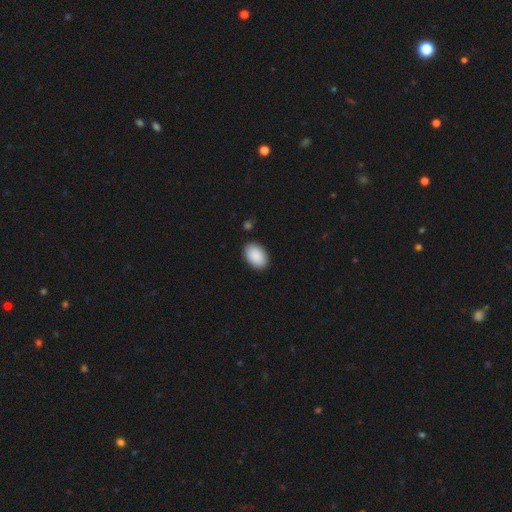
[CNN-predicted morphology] Smooth or featured? smooth (91%)
How rounded? in between (90%)
Merging? none (88%)